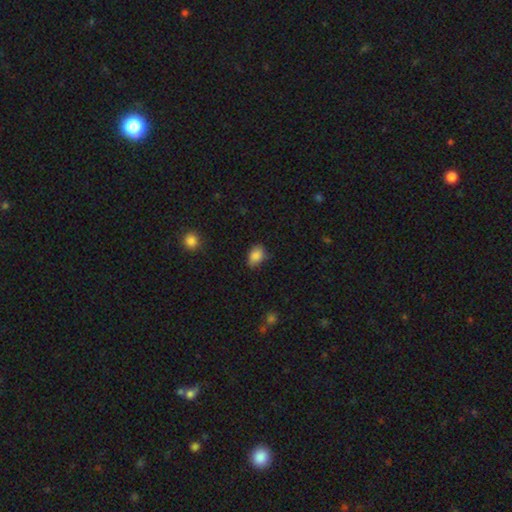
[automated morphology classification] smooth-or-featured: smooth: 87% | star or artifact: 9% | featured or disk: 5%
  how-rounded: in between: 79% | round: 19% | cigar-shaped: 1%
  merging: none: 71% | minor disturbance: 24% | major disturbance: 4% | merger: 1%